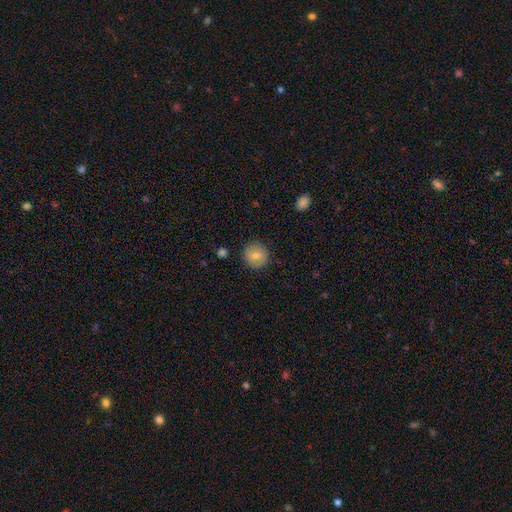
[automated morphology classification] Smooth or featured? Predicted: smooth (p=0.79). How rounded? Predicted: round (p=0.93). Merging? Predicted: none (p=0.89).